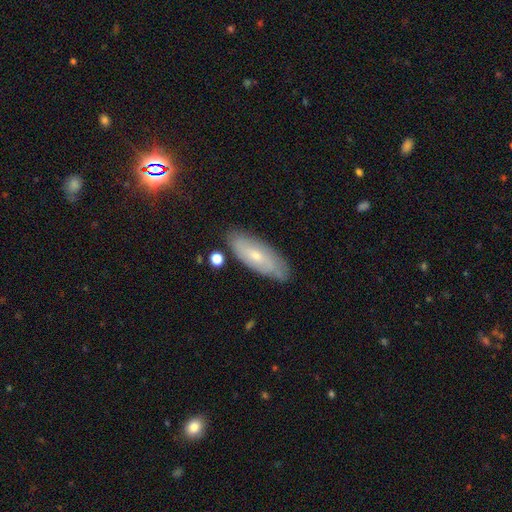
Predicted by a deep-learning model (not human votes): Smooth or featured?
  - featured or disk: 47% *
  - smooth: 46%
  - star or artifact: 7%
Merging?
  - none: 76% *
  - minor disturbance: 18%
  - major disturbance: 3%
  - merger: 3%